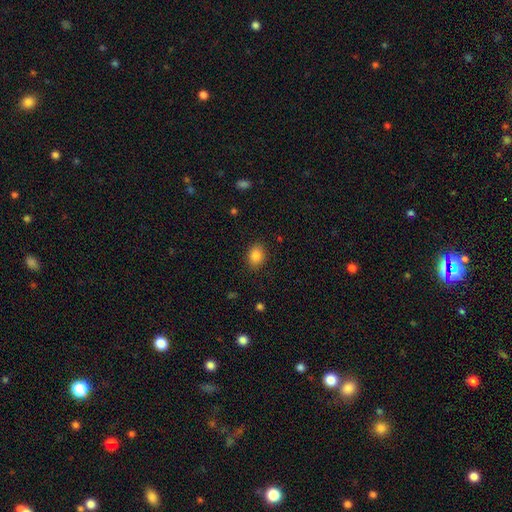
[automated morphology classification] The model was most divided on "how rounded": in between: 60%, round: 39%, cigar-shaped: 1%. More confident: merging — none (87%); smooth or featured — smooth (86%).